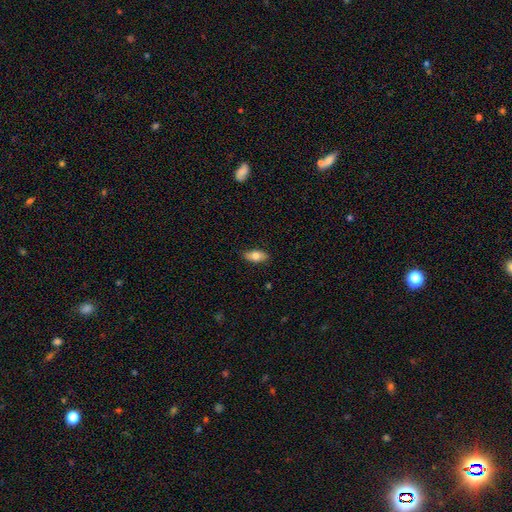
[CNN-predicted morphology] smooth 75%, featured or disk 18%, star or artifact 7%. Down the decision tree: how rounded — in between (86%); merging — none (85%).